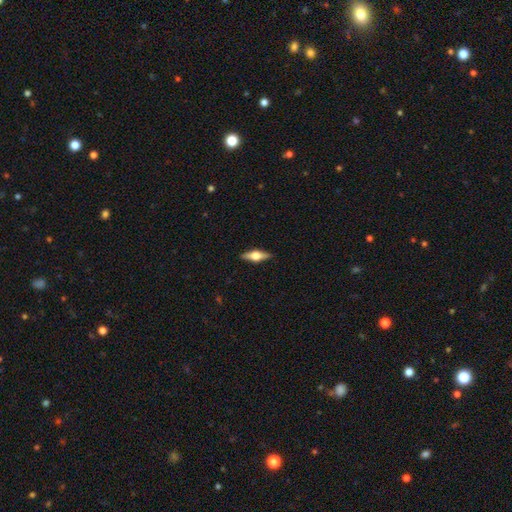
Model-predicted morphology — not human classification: Smooth or featured: featured or disk — 61% (smooth — 33%)
Edge-on disk: yes — 95% (no — 5%)
Edge-on bulge: rounded — 94% (boxy — 4%)
Merging: none — 89% (minor disturbance — 8%)